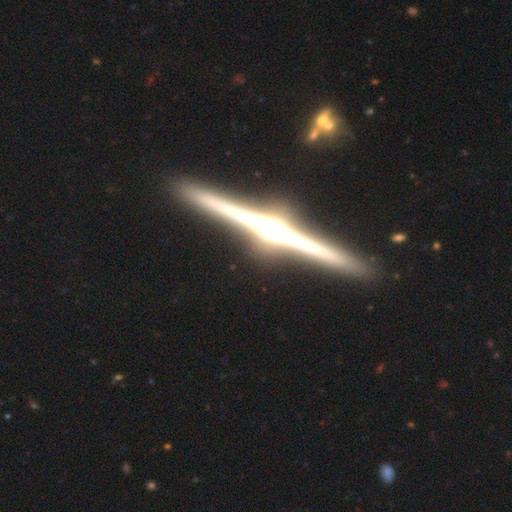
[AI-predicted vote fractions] Q: Smooth or featured?
A: featured or disk (88%); runner-up: smooth (6%)
Q: Edge-on disk?
A: yes (99%); runner-up: no (1%)
Q: Edge-on bulge?
A: rounded (74%); runner-up: boxy (18%)
Q: Merging?
A: none (91%); runner-up: minor disturbance (6%)